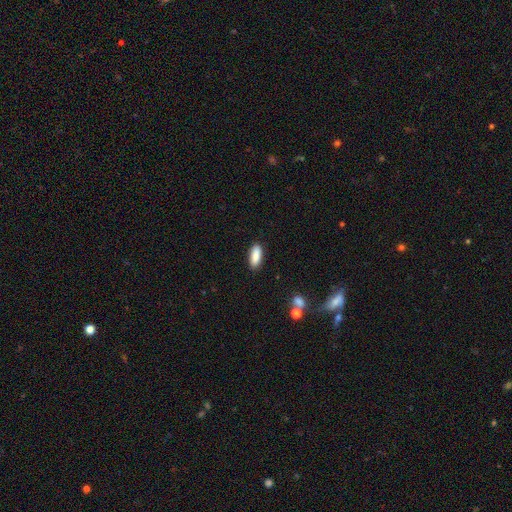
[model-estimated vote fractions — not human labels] Smooth or featured? smooth (88%)
How rounded? in between (72%)
Merging? none (88%)